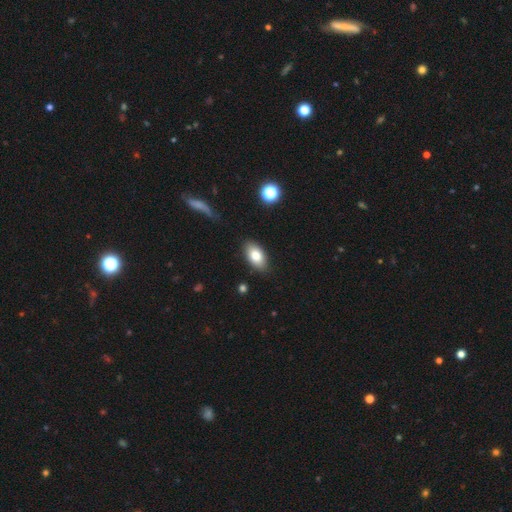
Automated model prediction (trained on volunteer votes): smooth 80%, featured or disk 12%, star or artifact 8%. Down the decision tree: how rounded — in between (92%); merging — none (87%).